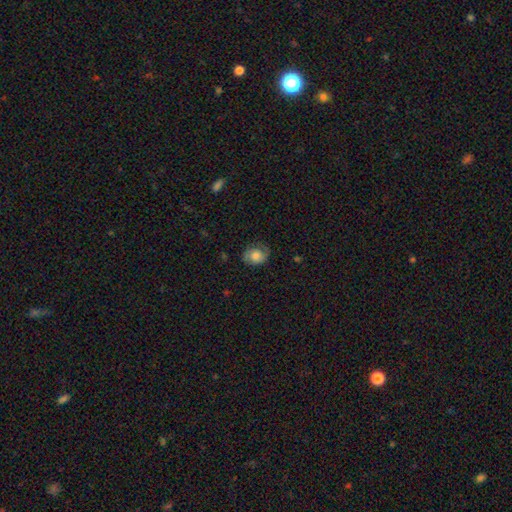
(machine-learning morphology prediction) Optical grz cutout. It shows a smooth galaxy with no disk features (59%) that is in between round and cigar-shaped (54%). Merging: none (67%).